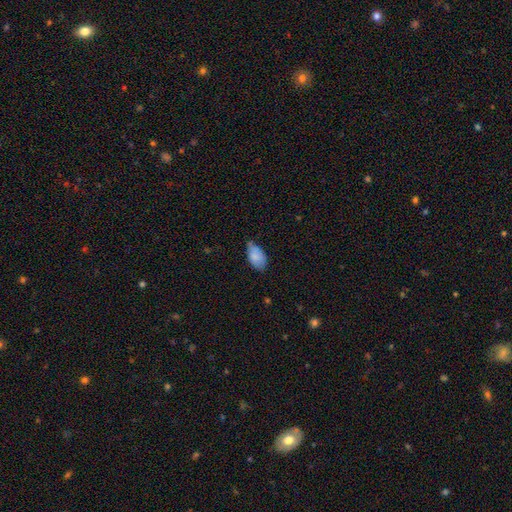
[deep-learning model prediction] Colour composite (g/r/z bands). It shows a smooth galaxy with no disk features (83%) that is in between round and cigar-shaped (94%). Merging: none (51%).